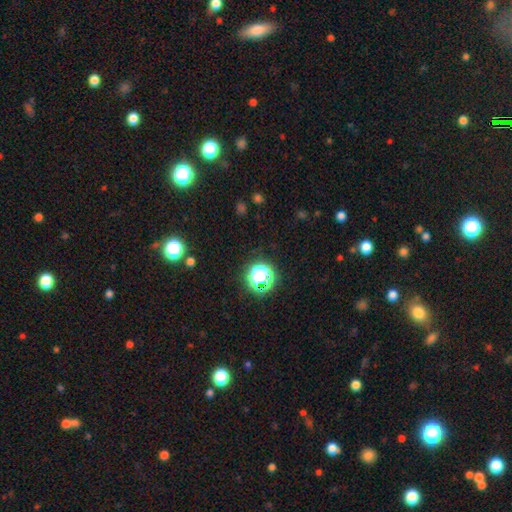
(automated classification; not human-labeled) Smooth or featured? star or artifact (69%)